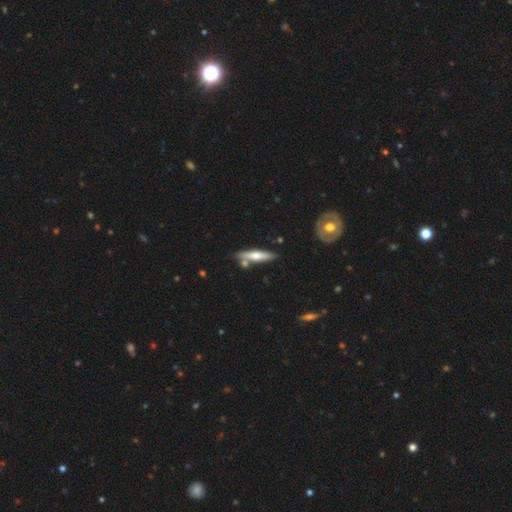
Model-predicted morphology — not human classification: featured or disk 49%, smooth 46%, star or artifact 5%. Down the decision tree: merging — none (76%).